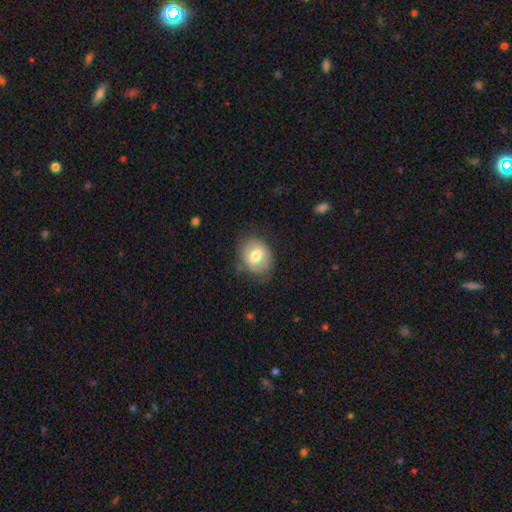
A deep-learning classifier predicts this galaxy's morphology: smooth-or-featured: smooth: 68% | featured or disk: 25% | star or artifact: 7%
  how-rounded: round: 50% | in between: 49% | cigar-shaped: 1%
  merging: none: 74% | minor disturbance: 19% | major disturbance: 6% | merger: 1%